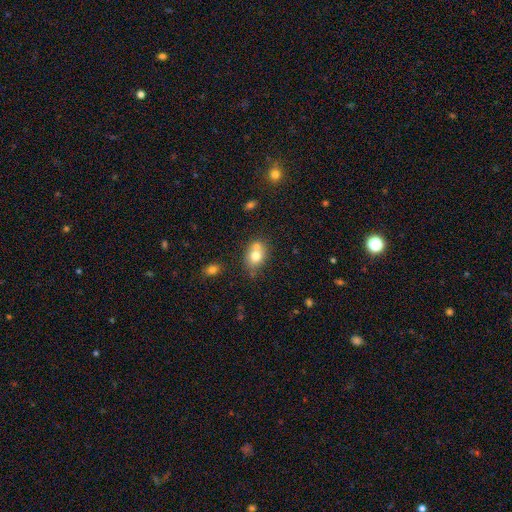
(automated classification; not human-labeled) Q: Smooth or featured?
A: smooth (73%); runner-up: featured or disk (17%)
Q: How rounded?
A: in between (57%); runner-up: round (42%)
Q: Merging?
A: none (45%); runner-up: merger (39%)